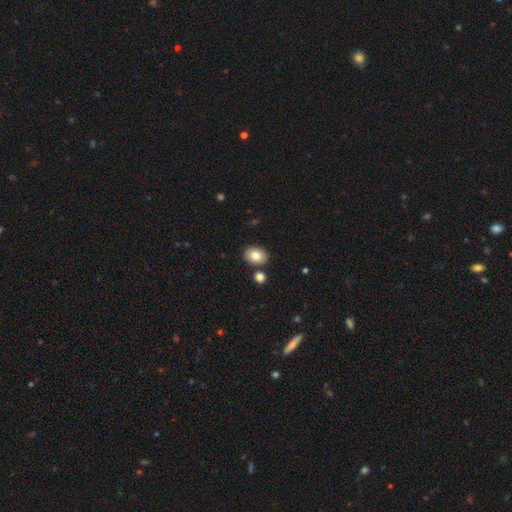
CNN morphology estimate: smooth_or_featured: smooth (p=0.81) [alt: featured or disk p=0.11]
how_rounded: in between (p=0.69) [alt: round p=0.30]
merging: none (p=0.83) [alt: minor disturbance p=0.08]